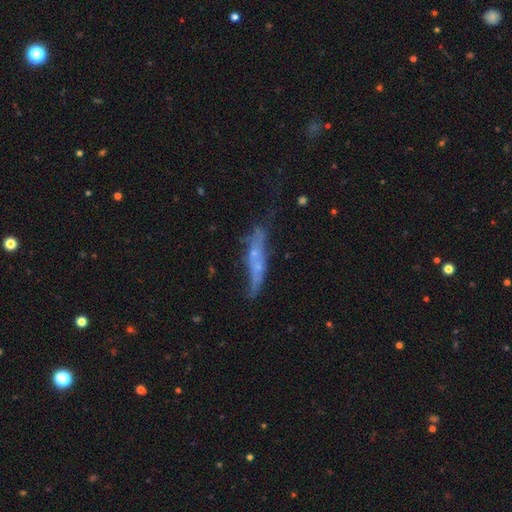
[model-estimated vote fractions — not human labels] smooth_or_featured: featured or disk (p=0.54) [alt: smooth p=0.35]
disk_edge_on: yes (p=0.59) [alt: no p=0.41]
merging: none (p=0.47) [alt: minor disturbance p=0.26]